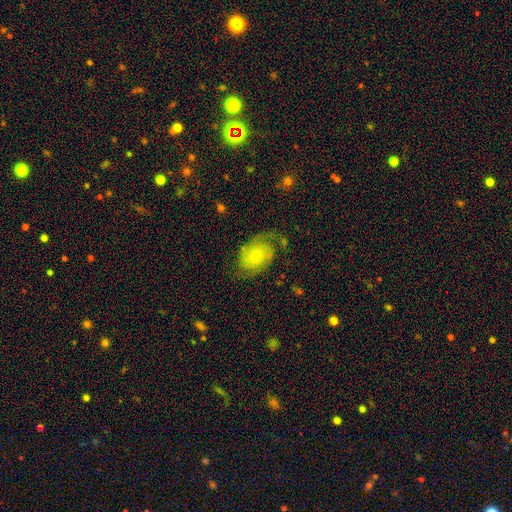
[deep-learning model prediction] This is likely a featured or disk galaxy (68%). It is clearly not viewed edge-on (97%). Bar: likely no (70%). Spiral arm pattern: clearly yes (92%). Spiral arm count: clearly 2 (82%). Spiral winding: marginally medium (45%). Central bulge: possibly small (53%). Merging: likely none (65%).